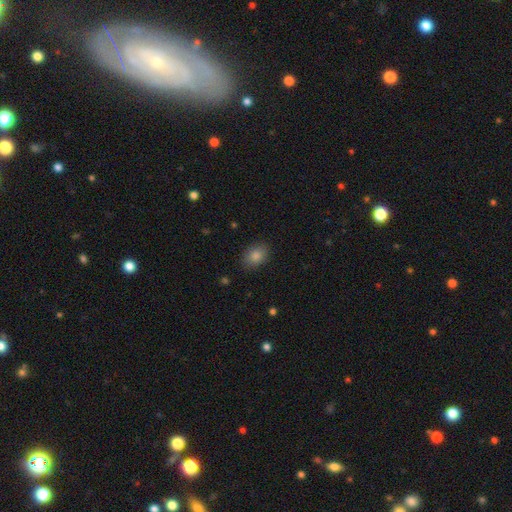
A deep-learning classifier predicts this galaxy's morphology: The model was most divided on "how rounded": in between: 74%, round: 25%, cigar-shaped: 1%. More confident: merging — none (87%); smooth or featured — smooth (83%).